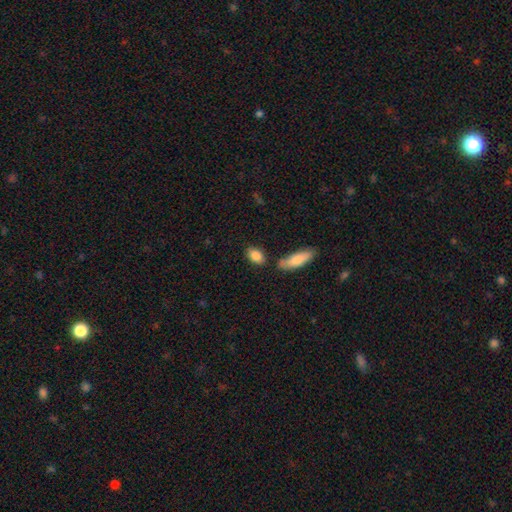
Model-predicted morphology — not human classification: This appears to be a smooth galaxy with no disk features (86%) that is in between round and cigar-shaped (84%). Merging: none (73%).